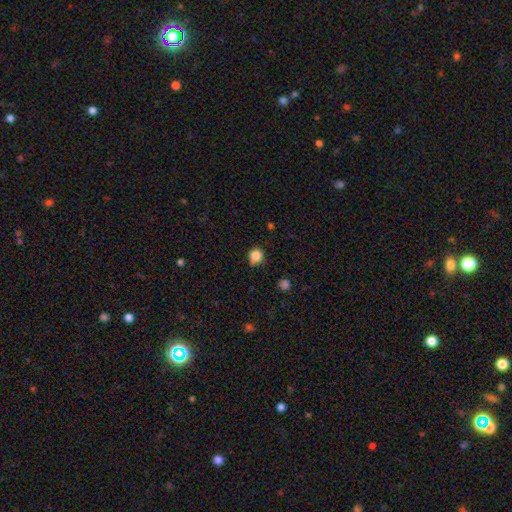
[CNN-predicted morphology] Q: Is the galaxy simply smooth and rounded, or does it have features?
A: smooth — 84%.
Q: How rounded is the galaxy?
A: round — 90%.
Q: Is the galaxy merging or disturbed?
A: none — 75%.